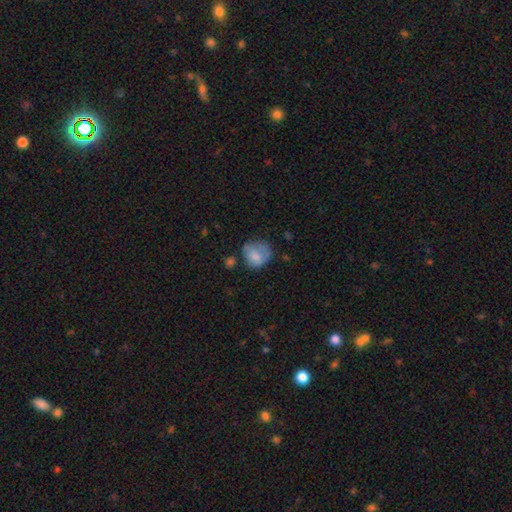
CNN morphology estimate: The model was most divided on "merging": none: 42%, minor disturbance: 31%, major disturbance: 21%, merger: 6%. More confident: smooth or featured — smooth (71%); how rounded — round (66%).